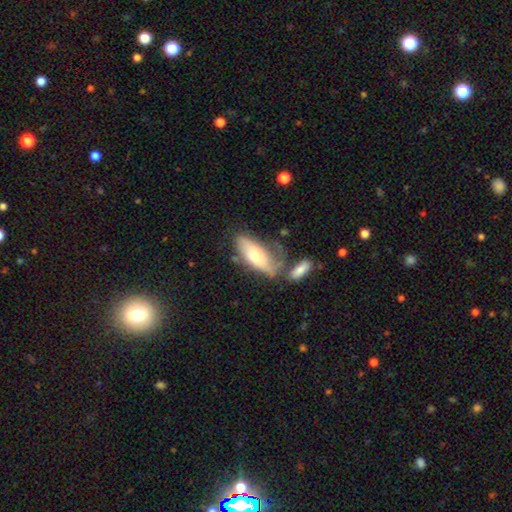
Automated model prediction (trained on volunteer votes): Overall: smooth (63%; featured or disk 31%). How rounded: in between (79%). Merging: none (32%; merger 25%).